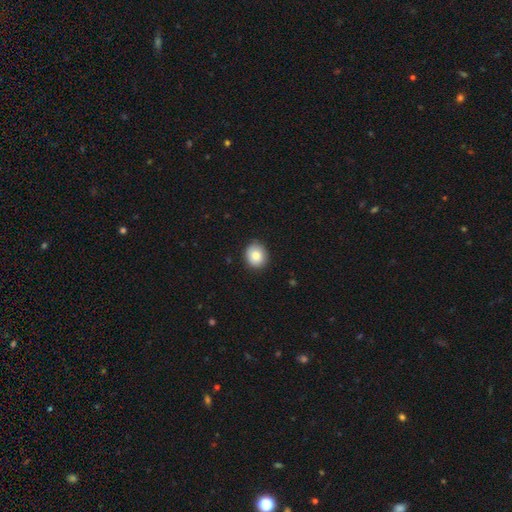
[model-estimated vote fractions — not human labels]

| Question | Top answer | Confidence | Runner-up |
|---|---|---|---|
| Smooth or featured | smooth | 84% | featured or disk (8%) |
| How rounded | round | 74% | in between (25%) |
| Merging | none | 88% | minor disturbance (9%) |